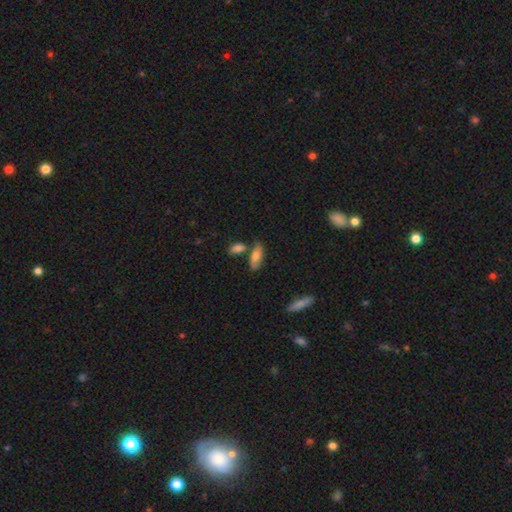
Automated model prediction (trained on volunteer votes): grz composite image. It shows a smooth galaxy with no disk features (73%) that is in between round and cigar-shaped (71%). Merging: none (58%).